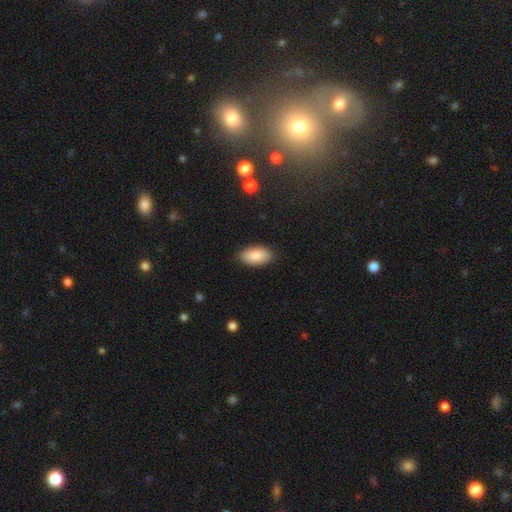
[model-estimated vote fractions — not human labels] smooth-or-featured: smooth: 85% | featured or disk: 8% | star or artifact: 7%
  how-rounded: in between: 94% | round: 3% | cigar-shaped: 3%
  merging: none: 85% | minor disturbance: 11% | major disturbance: 2% | merger: 1%